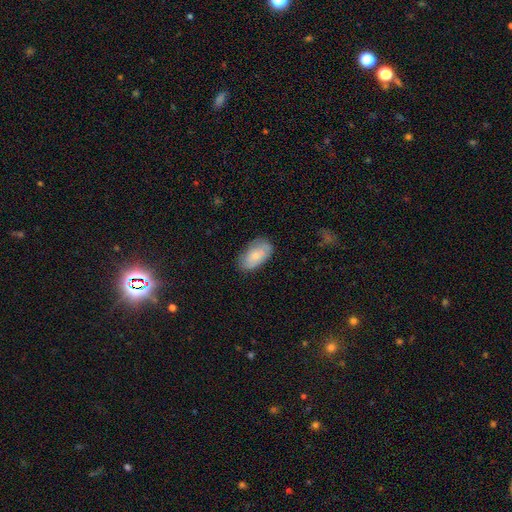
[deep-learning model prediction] A smooth galaxy with no disk features (69%) that is in between round and cigar-shaped (93%).

Vote fractions:
- Smooth or featured? smooth: 69% / featured or disk: 24% / star or artifact: 6%
- How rounded? in between: 93% / round: 4% / cigar-shaped: 2%
- Merging? none: 74% / minor disturbance: 20% / major disturbance: 4% / merger: 1%